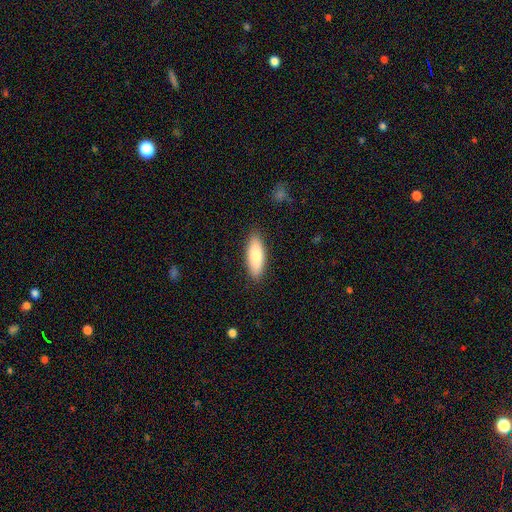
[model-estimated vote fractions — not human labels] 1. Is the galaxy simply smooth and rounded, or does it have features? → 83% smooth, 12% featured or disk, 6% star or artifact.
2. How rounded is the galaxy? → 63% in between, 36% cigar-shaped, 2% round.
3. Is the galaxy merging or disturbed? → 88% none, 9% minor disturbance, 2% major disturbance, 1% merger.